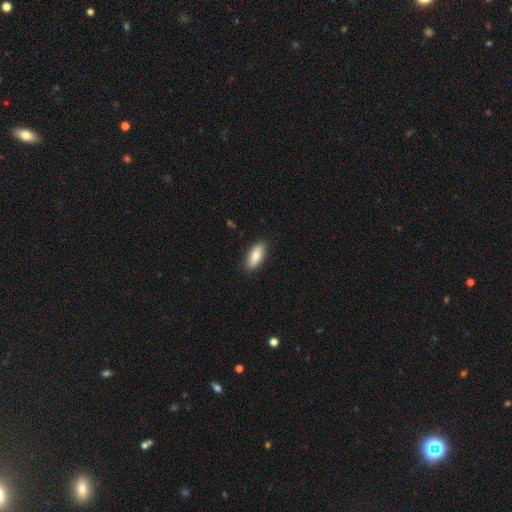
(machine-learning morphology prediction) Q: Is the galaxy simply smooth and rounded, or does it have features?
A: smooth — 83%.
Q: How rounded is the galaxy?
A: in between — 83%.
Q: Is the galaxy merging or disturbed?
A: none — 87%.